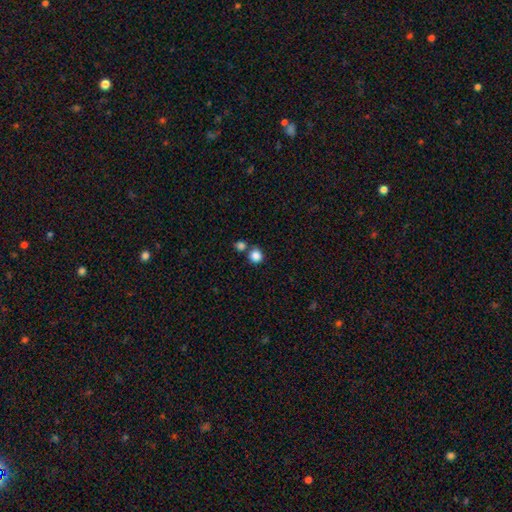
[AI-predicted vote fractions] Smooth or featured? Predicted: smooth (p=0.85). How rounded? Predicted: round (p=0.91). Merging? Predicted: none (p=0.69).